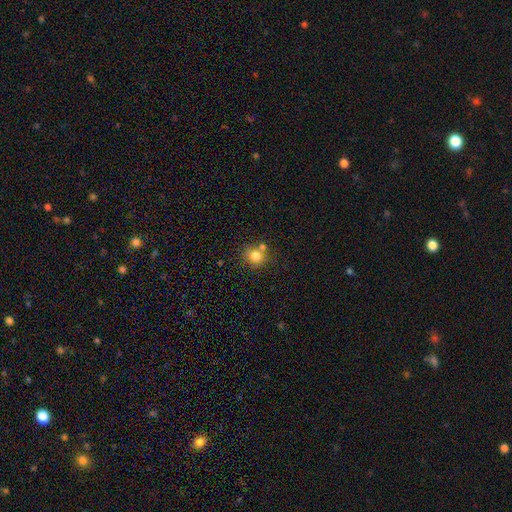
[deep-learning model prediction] This appears to be a smooth galaxy with no disk features (78%) that is round (83%). Merging: none (64%).